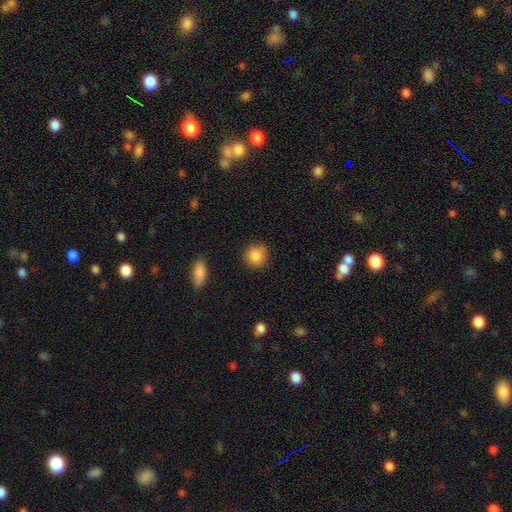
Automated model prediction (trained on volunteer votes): A smooth galaxy with no disk features (87%) that is round (88%). Merging: none (85%).